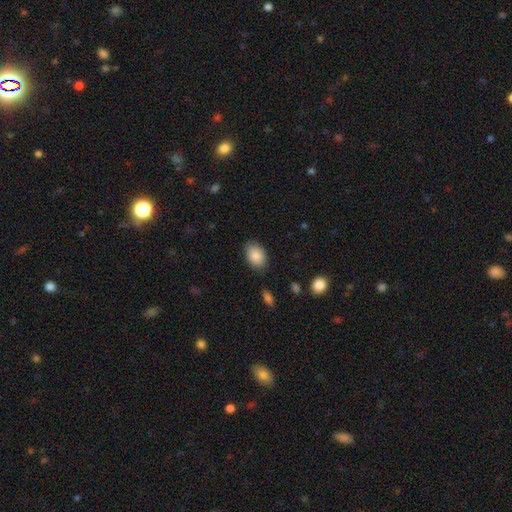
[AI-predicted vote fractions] smooth_or_featured: smooth (p=0.88) [alt: star or artifact p=0.07]
how_rounded: in between (p=0.85) [alt: round p=0.14]
merging: none (p=0.82) [alt: minor disturbance p=0.14]